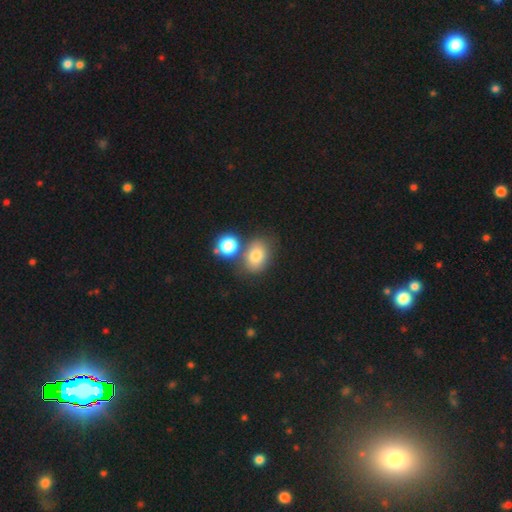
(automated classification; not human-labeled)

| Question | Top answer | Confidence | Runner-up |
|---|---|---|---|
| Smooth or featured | smooth | 77% | featured or disk (11%) |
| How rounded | in between | 67% | round (32%) |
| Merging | none | 57% | merger (25%) |